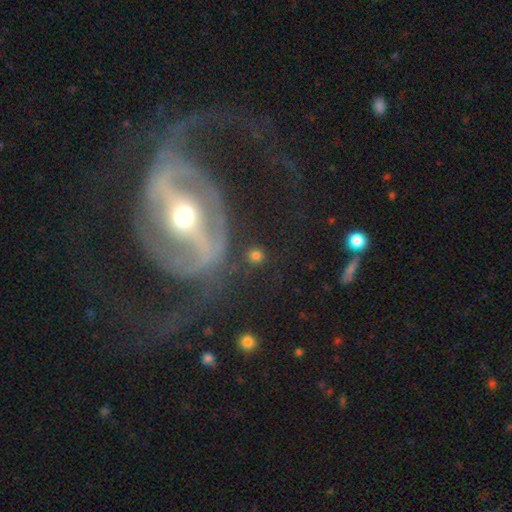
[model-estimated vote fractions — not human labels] smooth_or_featured: smooth (p=0.74) [alt: star or artifact p=0.14]
how_rounded: round (p=0.92) [alt: in between p=0.07]
merging: none (p=0.83) [alt: minor disturbance p=0.08]